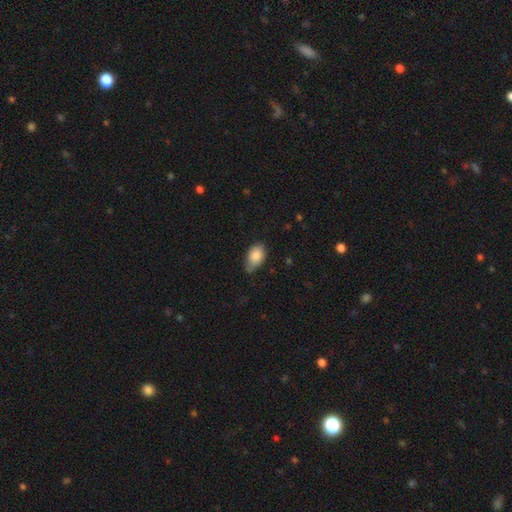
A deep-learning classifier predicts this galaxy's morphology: smooth 86%, star or artifact 7%, featured or disk 7%. Down the decision tree: how rounded — in between (90%); merging — none (57%).